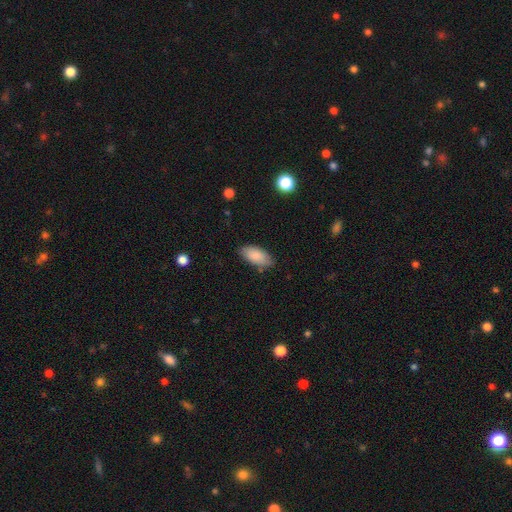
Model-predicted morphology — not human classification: type=smooth (86%); roundness=in between (91%); merging=none (78%).